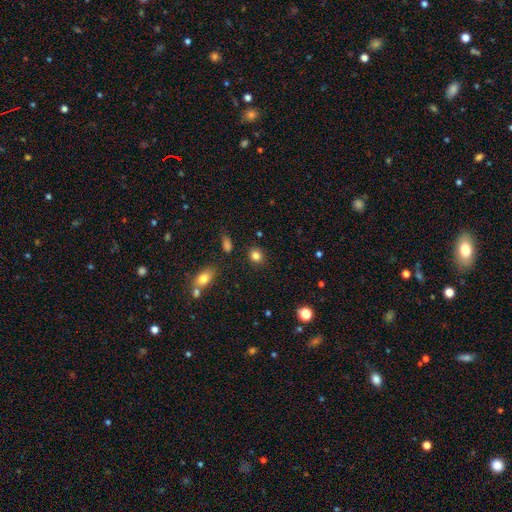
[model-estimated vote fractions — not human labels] Q: Smooth or featured?
A: smooth (84%); runner-up: star or artifact (11%)
Q: How rounded?
A: round (70%); runner-up: in between (29%)
Q: Merging?
A: none (86%); runner-up: minor disturbance (9%)